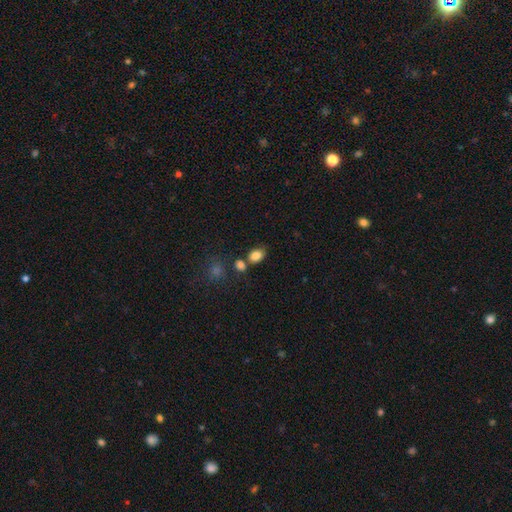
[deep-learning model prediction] Smooth or featured?
  - smooth: 84% *
  - star or artifact: 10%
  - featured or disk: 5%
How rounded?
  - in between: 75% *
  - round: 23%
  - cigar-shaped: 1%
Merging?
  - none: 59% *
  - merger: 20%
  - minor disturbance: 16%
  - major disturbance: 5%